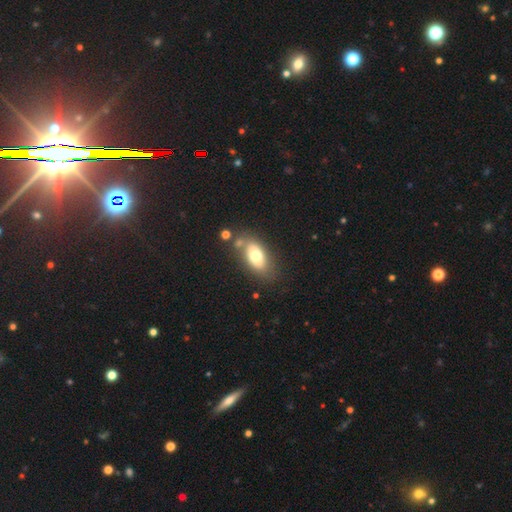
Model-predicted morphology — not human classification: Smooth or featured? smooth (70%)
How rounded? in between (88%)
Merging? none (65%)